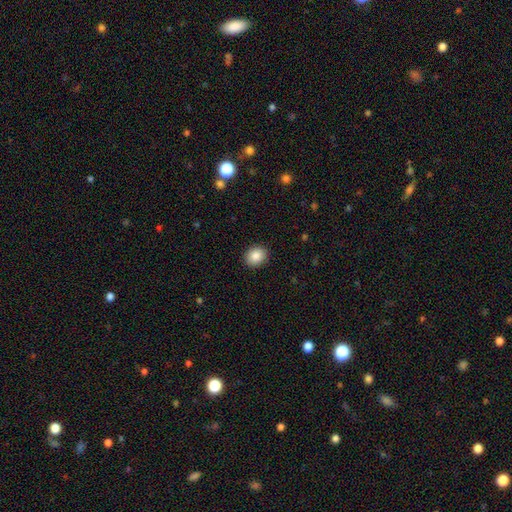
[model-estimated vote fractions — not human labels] This is clearly a smooth galaxy (87%). How rounded: possibly round (58%). Merging: clearly none (91%).